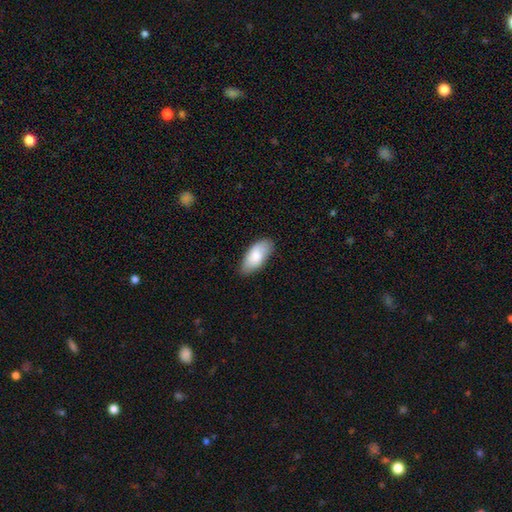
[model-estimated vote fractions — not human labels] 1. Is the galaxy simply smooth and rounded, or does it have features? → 82% smooth, 13% featured or disk, 6% star or artifact.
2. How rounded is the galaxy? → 91% in between, 7% cigar-shaped, 2% round.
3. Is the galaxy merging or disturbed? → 79% none, 17% minor disturbance, 3% major disturbance, 1% merger.